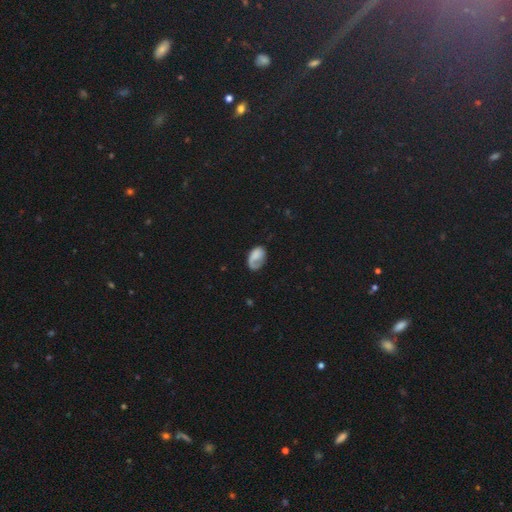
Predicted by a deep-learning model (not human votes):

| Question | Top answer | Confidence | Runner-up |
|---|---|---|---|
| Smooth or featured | smooth | 60% | featured or disk (32%) |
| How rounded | in between | 87% | round (12%) |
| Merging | none | 41% | major disturbance (29%) |